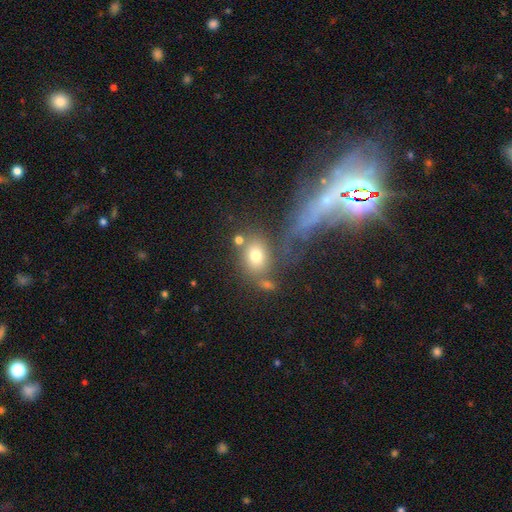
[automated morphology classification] This appears to be a smooth galaxy with no disk features (70%) that is in between round and cigar-shaped (58%). Merging: none (51%).